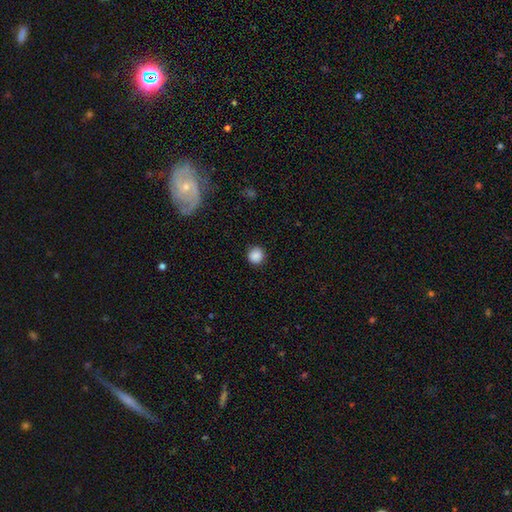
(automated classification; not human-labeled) smooth-or-featured: smooth: 87% | star or artifact: 10% | featured or disk: 3%
  how-rounded: round: 95% | in between: 4% | cigar-shaped: 1%
  merging: none: 92% | minor disturbance: 5% | major disturbance: 2% | merger: 1%